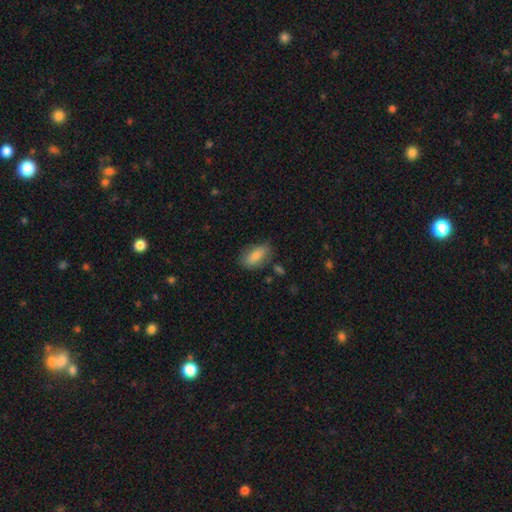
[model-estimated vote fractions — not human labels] smooth 81%, featured or disk 12%, star or artifact 7%. Down the decision tree: how rounded — in between (86%); merging — none (73%).